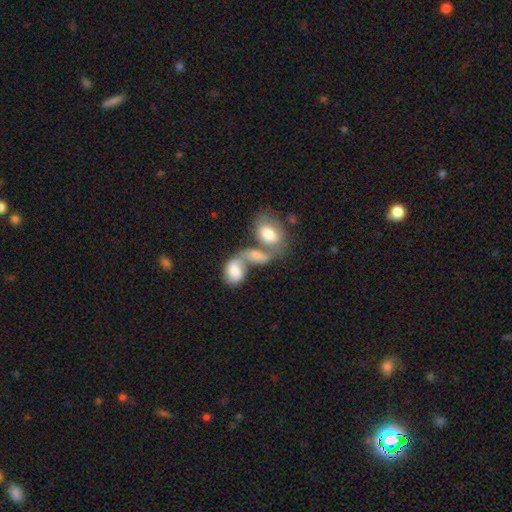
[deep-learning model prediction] Morphology: type=smooth (69%); roundness=in between (86%); merging=merger (61%).